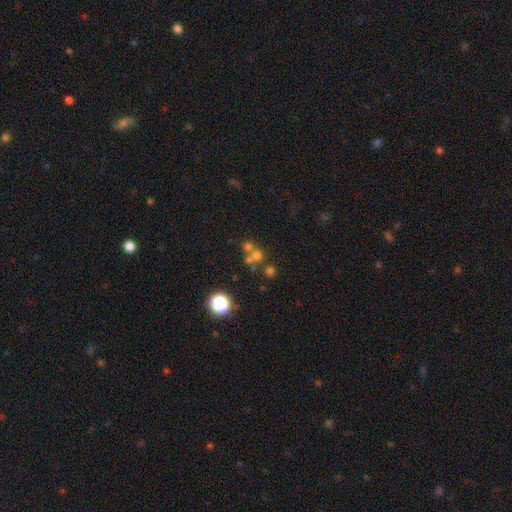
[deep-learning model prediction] A smooth galaxy with no disk features (55%) that is round (86%).

Vote fractions:
- Smooth or featured? smooth: 55% / star or artifact: 28% / featured or disk: 18%
- How rounded? round: 86% / in between: 13% / cigar-shaped: 1%
- Merging? none: 47% / merger: 42% / minor disturbance: 7% / major disturbance: 5%